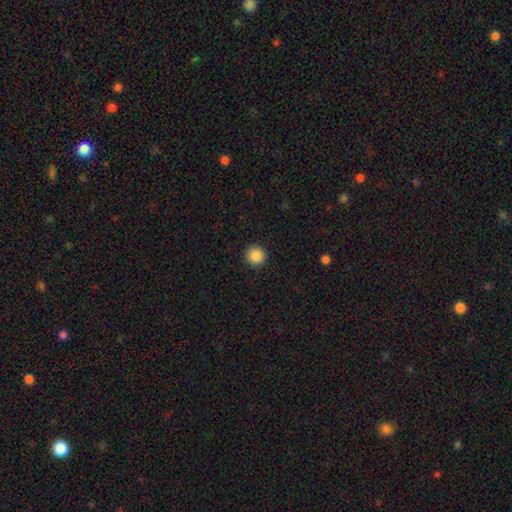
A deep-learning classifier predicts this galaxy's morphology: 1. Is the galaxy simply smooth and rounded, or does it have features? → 87% smooth, 10% star or artifact, 3% featured or disk.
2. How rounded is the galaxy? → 96% round, 3% in between, 1% cigar-shaped.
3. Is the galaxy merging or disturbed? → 93% none, 5% minor disturbance, 2% major disturbance, 1% merger.